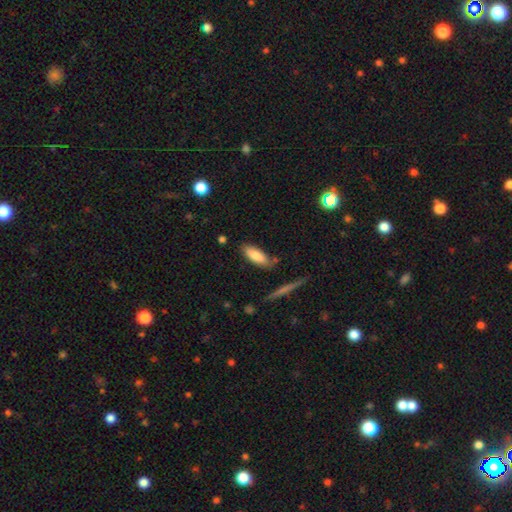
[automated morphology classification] Smooth or featured: smooth — 82% (featured or disk — 12%)
How rounded: in between — 67% (cigar-shaped — 31%)
Merging: none — 76% (minor disturbance — 16%)